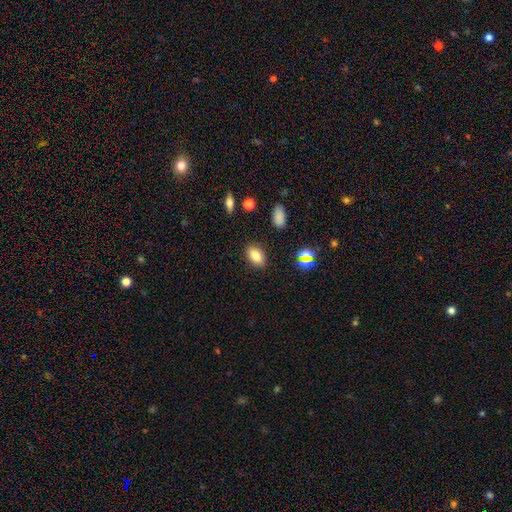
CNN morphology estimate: A smooth galaxy with no disk features (79%) that is in between round and cigar-shaped (87%). Merging: none (86%).